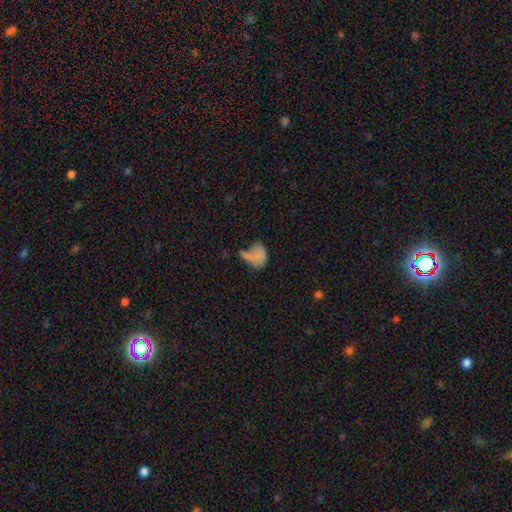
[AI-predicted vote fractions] The model was most divided on "merging": merger: 28%, major disturbance: 27%, none: 25%, minor disturbance: 19%. More confident: how rounded — in between (76%); smooth or featured — smooth (65%).